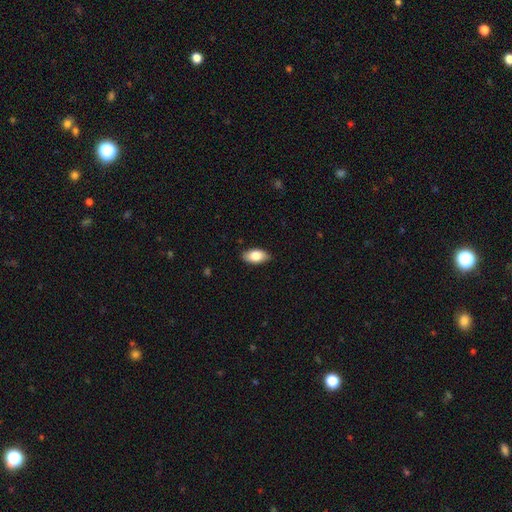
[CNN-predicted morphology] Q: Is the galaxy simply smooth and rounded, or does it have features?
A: smooth — 82%.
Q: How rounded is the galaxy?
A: in between — 93%.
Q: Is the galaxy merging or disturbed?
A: none — 86%.